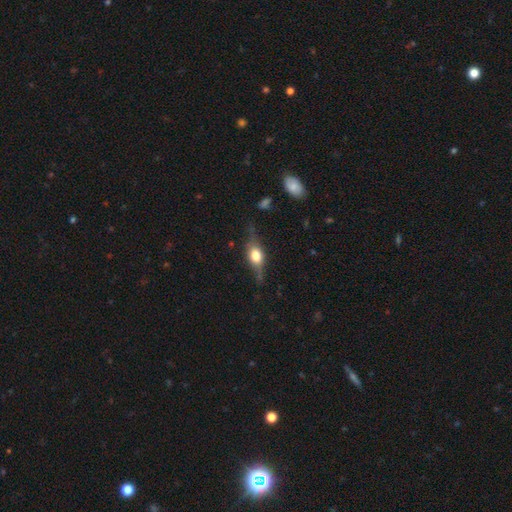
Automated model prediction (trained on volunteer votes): Smooth or featured? featured or disk (52%)
Edge-on disk? yes (87%)
Merging? none (67%)